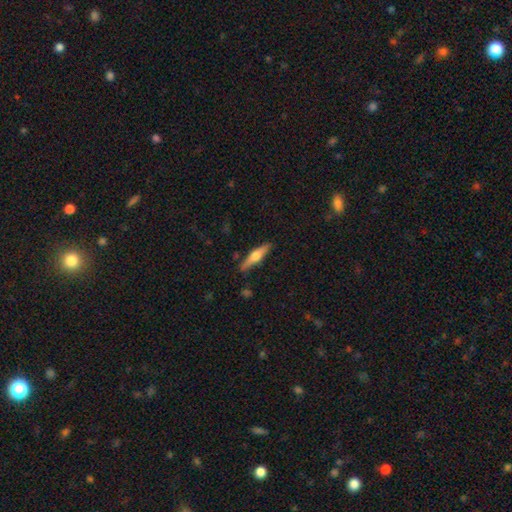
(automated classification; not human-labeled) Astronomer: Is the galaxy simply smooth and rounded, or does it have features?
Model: featured or disk — 56% (runner-up: smooth, 38%).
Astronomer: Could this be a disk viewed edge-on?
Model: yes — 96%.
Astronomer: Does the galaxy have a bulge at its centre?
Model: rounded — 92%.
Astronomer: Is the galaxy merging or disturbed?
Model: none — 88%.